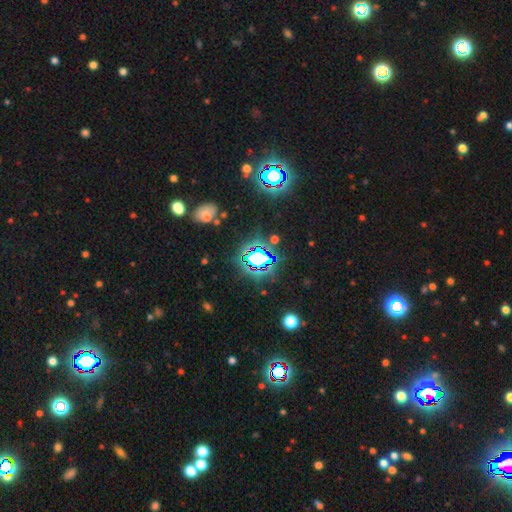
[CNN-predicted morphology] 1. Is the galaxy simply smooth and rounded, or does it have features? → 69% star or artifact, 19% smooth, 12% featured or disk.